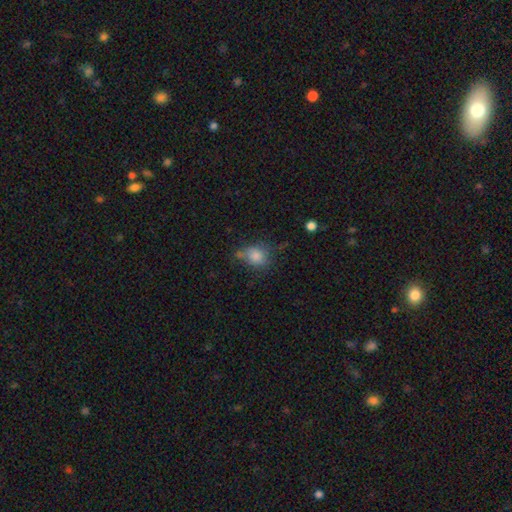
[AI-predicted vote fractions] The model was most divided on "how rounded": round: 58%, in between: 40%, cigar-shaped: 1%. More confident: smooth or featured — smooth (79%); merging — none (54%).